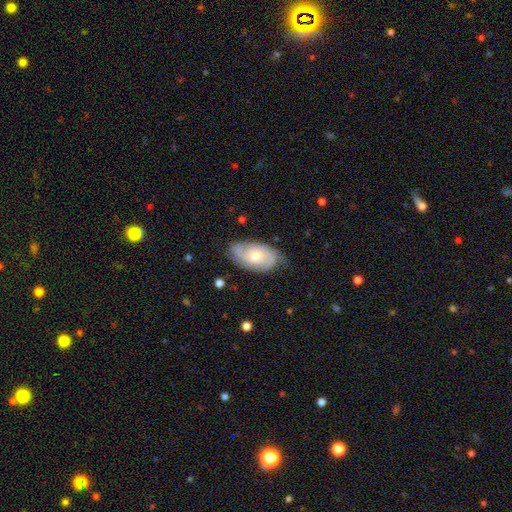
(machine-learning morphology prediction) Smooth or featured? Predicted: featured or disk (p=0.66). Edge-on disk? Predicted: no (p=0.94). Bar? Predicted: no (p=0.73). Spiral arms? Predicted: yes (p=0.89). Spiral winding? Predicted: tight (p=0.48). Spiral arm count? Predicted: 2 (p=0.56). Bulge size? Predicted: moderate (p=0.53). Merging? Predicted: none (p=0.73).